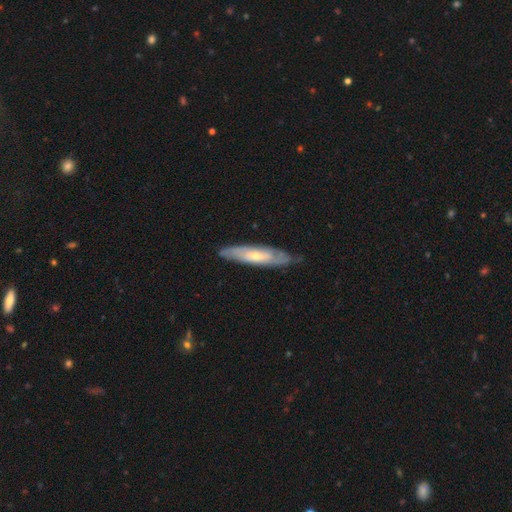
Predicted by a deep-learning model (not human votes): The model was most divided on "edge-on disk": no: 56%, yes: 44%. More confident: merging — none (76%); smooth or featured — featured or disk (62%).